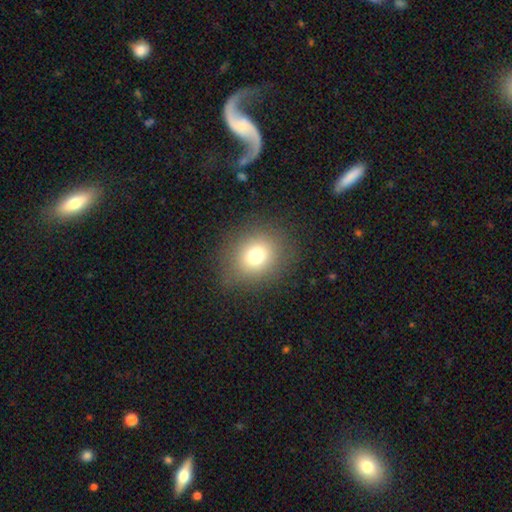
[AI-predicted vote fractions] Smooth or featured: smooth — 74% (star or artifact — 15%)
How rounded: round — 69% (in between — 30%)
Merging: none — 84% (minor disturbance — 10%)